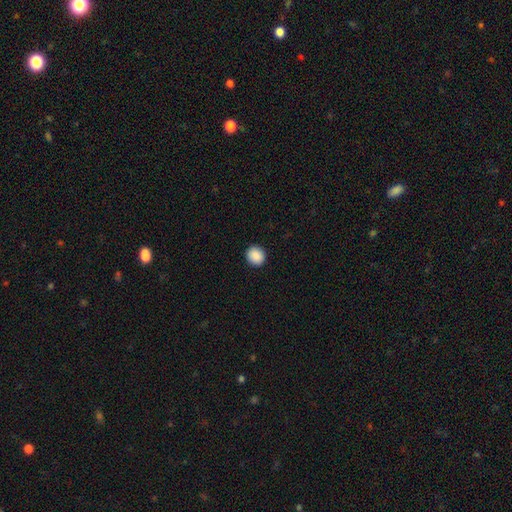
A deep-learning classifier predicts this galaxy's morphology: smooth_or_featured: smooth (p=0.89) [alt: star or artifact p=0.08]
how_rounded: round (p=0.82) [alt: in between p=0.17]
merging: none (p=0.92) [alt: minor disturbance p=0.06]